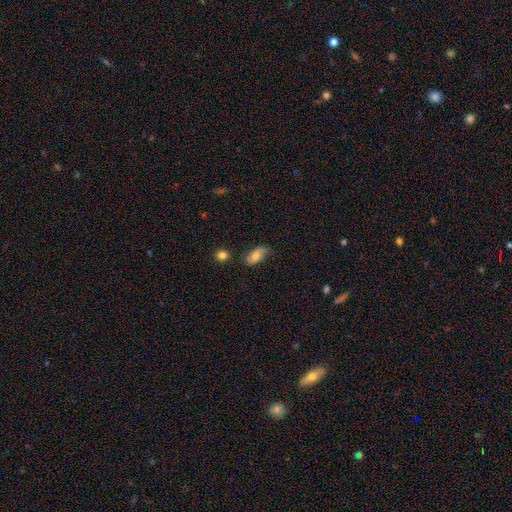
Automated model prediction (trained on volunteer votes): Smooth or featured? smooth (70%)
How rounded? in between (89%)
Merging? none (59%)